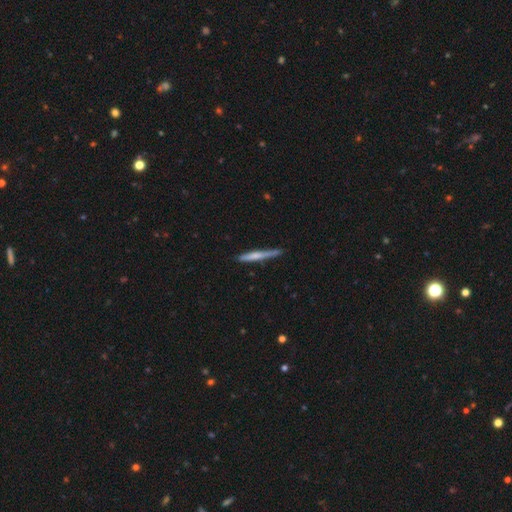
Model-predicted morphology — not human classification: This appears to be a smooth galaxy with no disk features (56%) that is cigar-shaped (96%). Merging: none (77%).